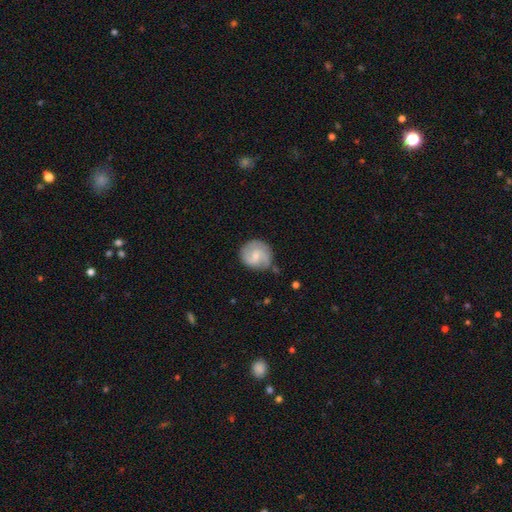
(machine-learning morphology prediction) This is likely a featured or disk galaxy (70%). It is clearly not viewed edge-on (98%). Bar: possibly weak (48%). Spiral arm pattern: clearly yes (94%). Spiral arm count: likely 2 (69%). Spiral winding: possibly medium (46%). Central bulge: possibly small (55%). Merging: likely none (68%).